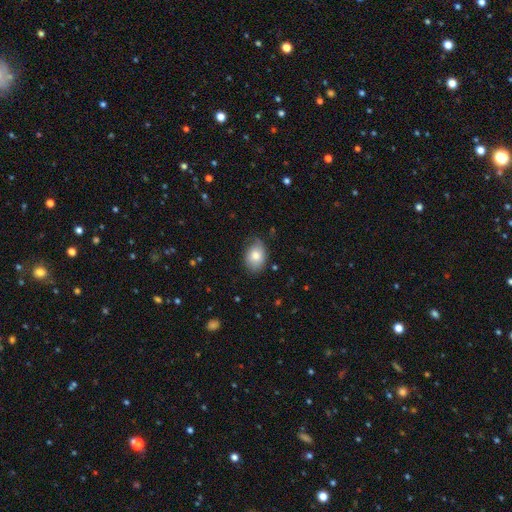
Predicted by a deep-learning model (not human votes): Q: Smooth or featured?
A: smooth (79%); runner-up: featured or disk (14%)
Q: How rounded?
A: in between (79%); runner-up: round (20%)
Q: Merging?
A: none (67%); runner-up: minor disturbance (26%)